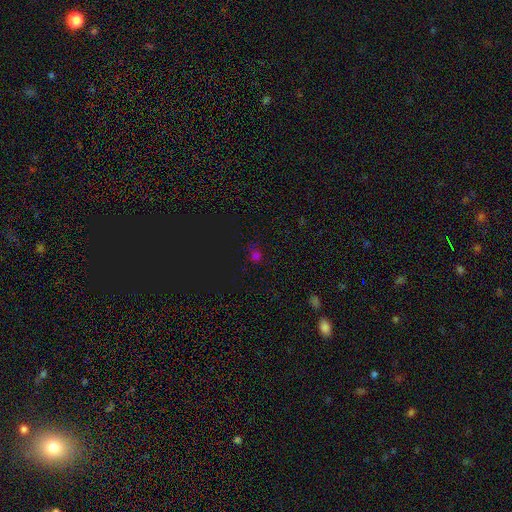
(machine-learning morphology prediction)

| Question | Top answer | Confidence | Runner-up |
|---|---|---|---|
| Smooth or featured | smooth | 52% | star or artifact (43%) |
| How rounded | round | 75% | in between (23%) |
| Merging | none | 71% | minor disturbance (18%) |